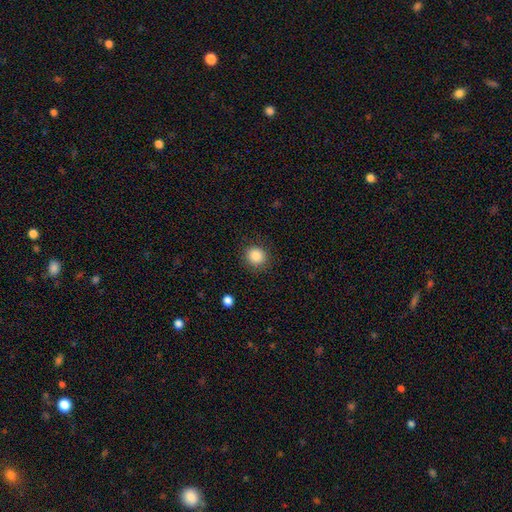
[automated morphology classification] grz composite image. It shows a smooth galaxy with no disk features (86%) that is round (88%). Merging: none (89%).